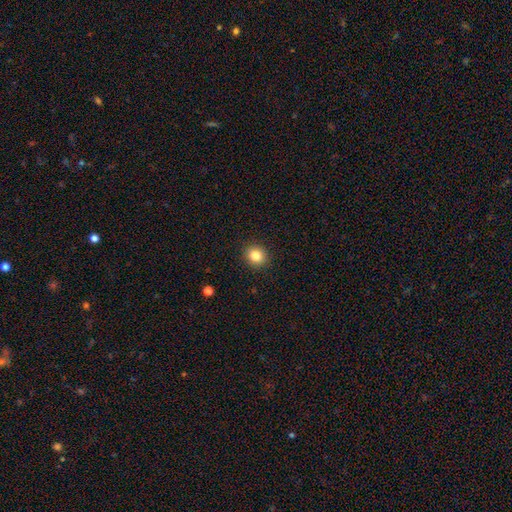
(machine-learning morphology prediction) A smooth galaxy with no disk features (83%) that is round (79%).

Vote fractions:
- Smooth or featured? smooth: 83% / star or artifact: 11% / featured or disk: 6%
- How rounded? round: 79% / in between: 20% / cigar-shaped: 1%
- Merging? none: 91% / minor disturbance: 6% / major disturbance: 2% / merger: 1%